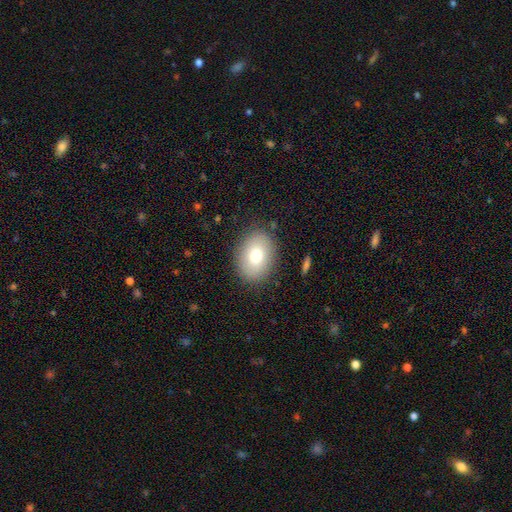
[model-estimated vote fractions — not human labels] A smooth galaxy with no disk features (75%) that is in between round and cigar-shaped (62%).

Vote fractions:
- Smooth or featured? smooth: 75% / featured or disk: 16% / star or artifact: 9%
- How rounded? in between: 62% / round: 37% / cigar-shaped: 1%
- Merging? none: 86% / minor disturbance: 10% / major disturbance: 3% / merger: 1%